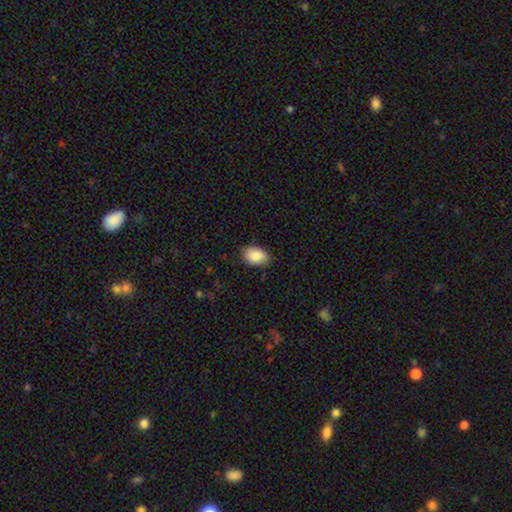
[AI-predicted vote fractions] This appears to be a smooth galaxy with no disk features (87%) that is in between round and cigar-shaped (89%). Merging: none (85%).